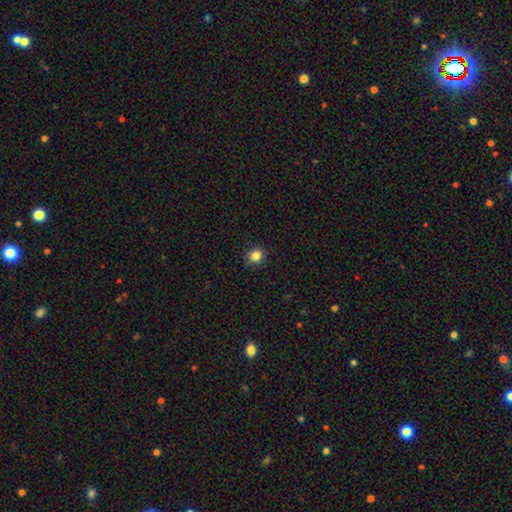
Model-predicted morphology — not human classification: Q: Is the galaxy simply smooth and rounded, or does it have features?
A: smooth — 83%.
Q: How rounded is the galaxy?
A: round — 91%.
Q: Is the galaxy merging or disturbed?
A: none — 87%.